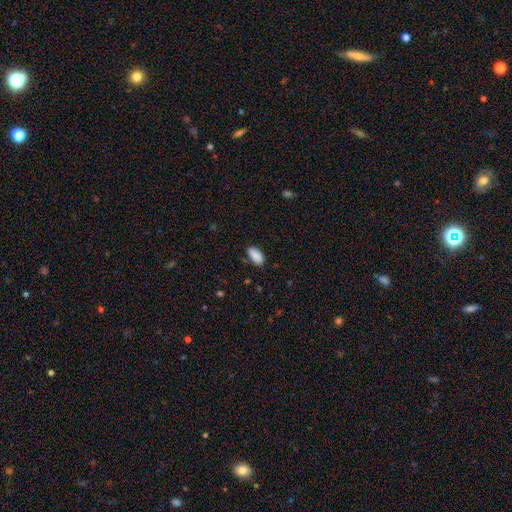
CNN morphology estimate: smooth_or_featured: smooth (p=0.89) [alt: star or artifact p=0.07]
how_rounded: in between (p=0.93) [alt: cigar-shaped p=0.05]
merging: none (p=0.80) [alt: minor disturbance p=0.16]